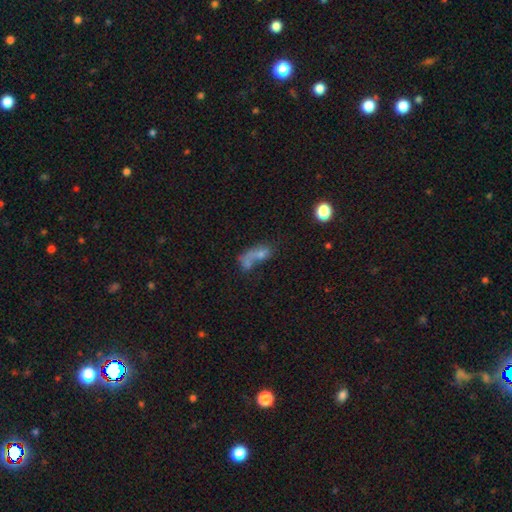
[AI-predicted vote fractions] A smooth galaxy with no disk features (55%) that is in between round and cigar-shaped (62%).

Vote fractions:
- Smooth or featured? smooth: 55% / featured or disk: 27% / star or artifact: 18%
- How rounded? in between: 62% / round: 22% / cigar-shaped: 15%
- Merging? merger: 51% / none: 22% / major disturbance: 17% / minor disturbance: 10%